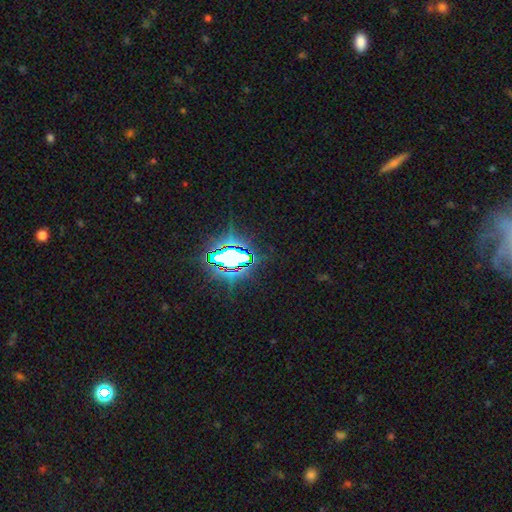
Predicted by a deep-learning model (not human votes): Smooth or featured? star or artifact (79%)